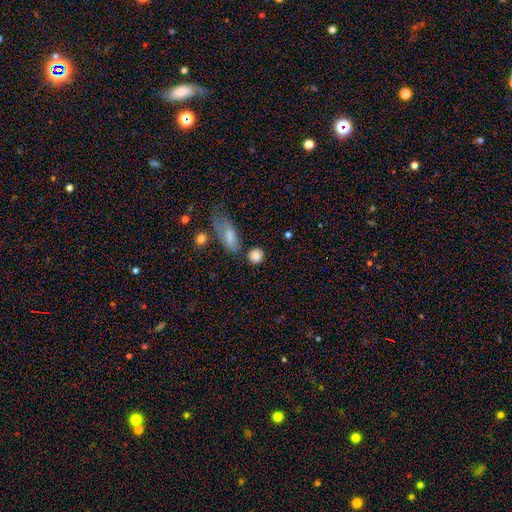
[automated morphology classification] A smooth galaxy with no disk features (84%) that is round (84%).

Vote fractions:
- Smooth or featured? smooth: 84% / star or artifact: 9% / featured or disk: 7%
- How rounded? round: 84% / in between: 14% / cigar-shaped: 2%
- Merging? none: 75% / minor disturbance: 13% / merger: 8% / major disturbance: 4%